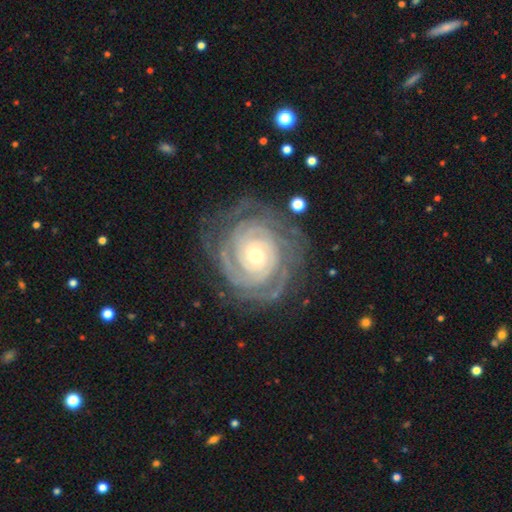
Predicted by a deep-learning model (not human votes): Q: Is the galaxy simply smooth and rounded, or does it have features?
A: featured or disk — 91%.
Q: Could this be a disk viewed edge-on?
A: no — 97%.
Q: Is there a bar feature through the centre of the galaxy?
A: no — 75%.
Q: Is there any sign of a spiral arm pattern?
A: yes — 98%.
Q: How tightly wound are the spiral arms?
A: tight — 86%.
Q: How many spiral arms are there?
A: can't tell — 23%.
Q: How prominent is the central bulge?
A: small — 53%.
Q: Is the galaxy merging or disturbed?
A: none — 76%.